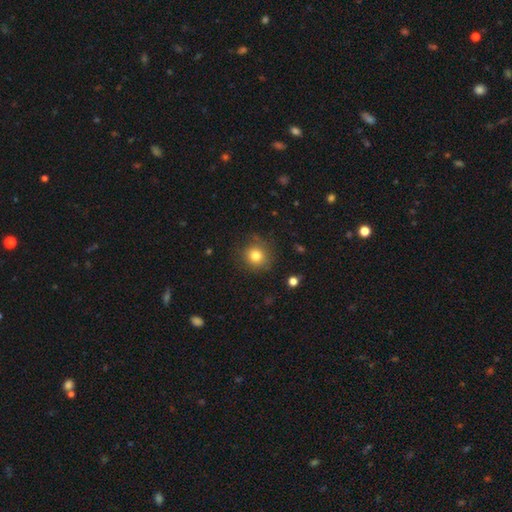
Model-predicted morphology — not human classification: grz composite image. It shows a smooth galaxy with no disk features (80%) that is round (91%). Merging: none (82%).